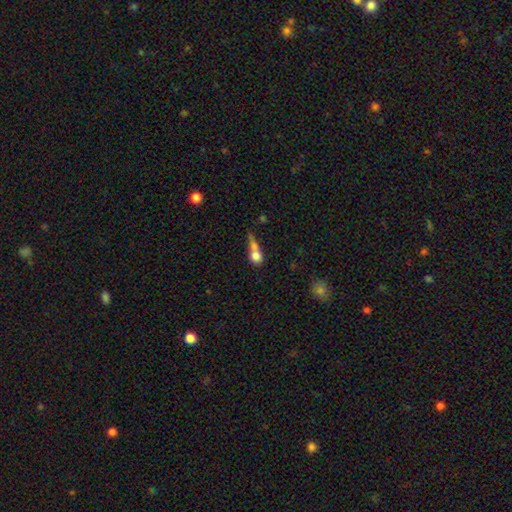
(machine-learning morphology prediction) Smooth or featured? Predicted: smooth (p=0.72). How rounded? Predicted: round (p=0.53). Merging? Predicted: merger (p=0.52).